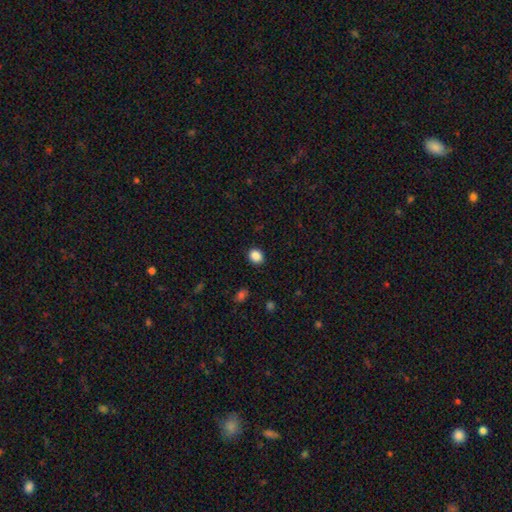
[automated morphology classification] Overall: smooth (87%). How rounded: round (60%; in between 39%). Merging: none (89%).